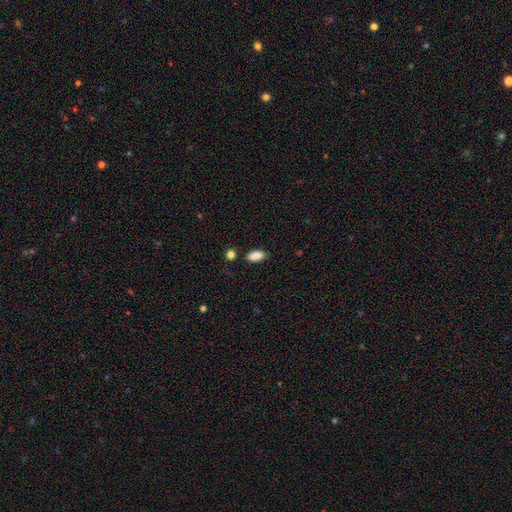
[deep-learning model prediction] Smooth or featured: smooth — 88% (star or artifact — 7%)
How rounded: in between — 89% (cigar-shaped — 8%)
Merging: none — 82% (minor disturbance — 12%)